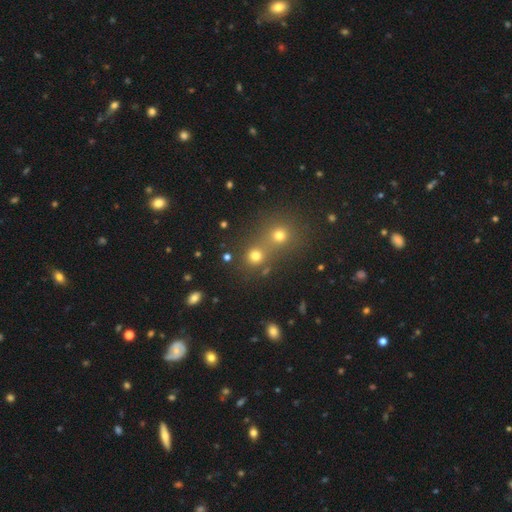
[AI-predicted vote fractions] Q: Smooth or featured?
A: smooth (70%); runner-up: star or artifact (22%)
Q: How rounded?
A: round (87%); runner-up: in between (12%)
Q: Merging?
A: none (55%); runner-up: merger (36%)